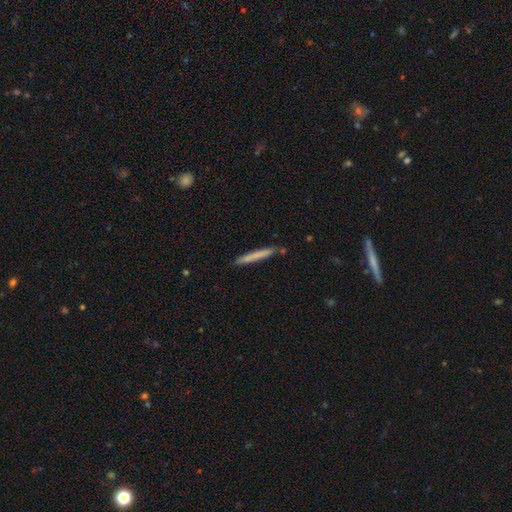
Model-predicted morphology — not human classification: This is likely a smooth galaxy (71%). How rounded: clearly cigar-shaped (97%). Merging: clearly none (87%).